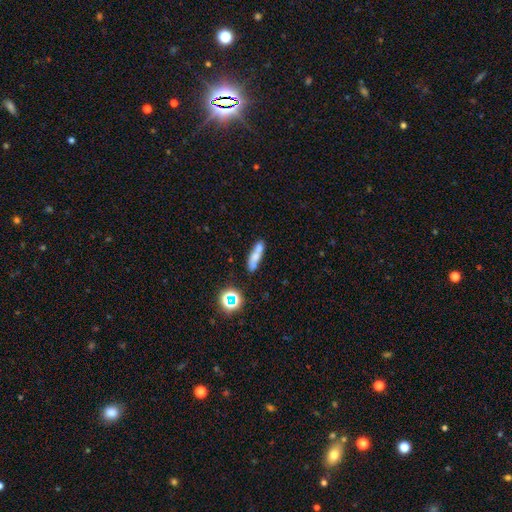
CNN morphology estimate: This appears to be a smooth galaxy with no disk features (61%) that is cigar-shaped (63%). Merging: none (56%).